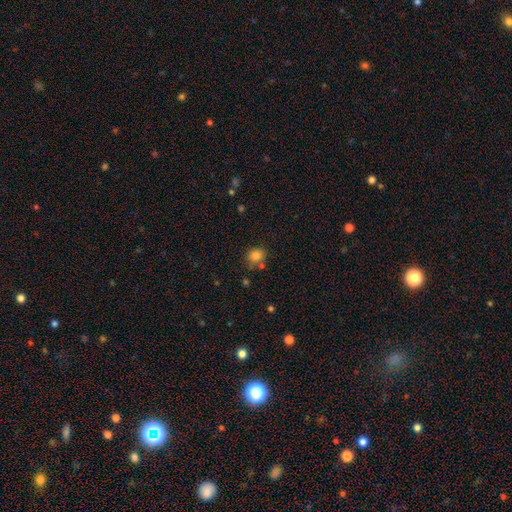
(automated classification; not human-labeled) smooth_or_featured: smooth (p=0.82) [alt: star or artifact p=0.12]
how_rounded: round (p=0.74) [alt: in between p=0.25]
merging: none (p=0.72) [alt: minor disturbance p=0.14]